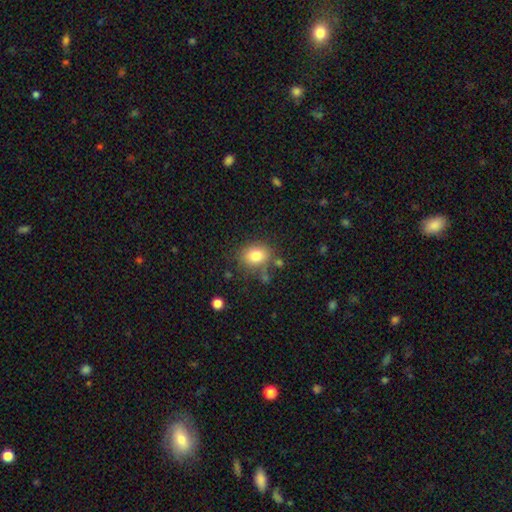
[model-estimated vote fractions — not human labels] Smooth or featured: smooth — 80% (star or artifact — 11%)
How rounded: round — 50% (in between — 49%)
Merging: none — 73% (minor disturbance — 15%)